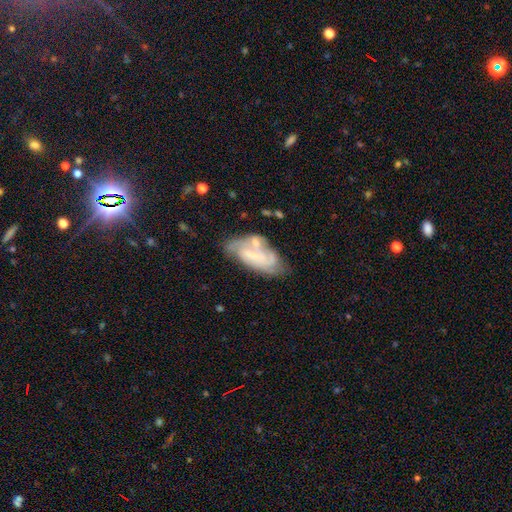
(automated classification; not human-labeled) The model was most divided on "bulge size": none: 42%, small: 38%, moderate: 15%, large: 4%, dominant: 2%. Remaining: edge-on disk — no (93%); spiral arms — yes (73%); smooth or featured — featured or disk (61%); bar — no (57%); merging — none (46%).